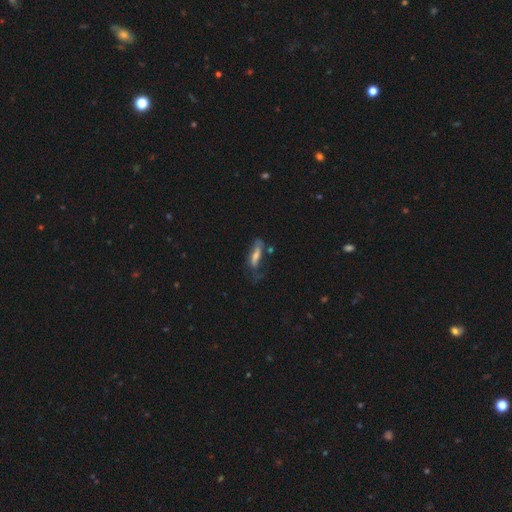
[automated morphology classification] type=smooth (46%); merging=none (40%).